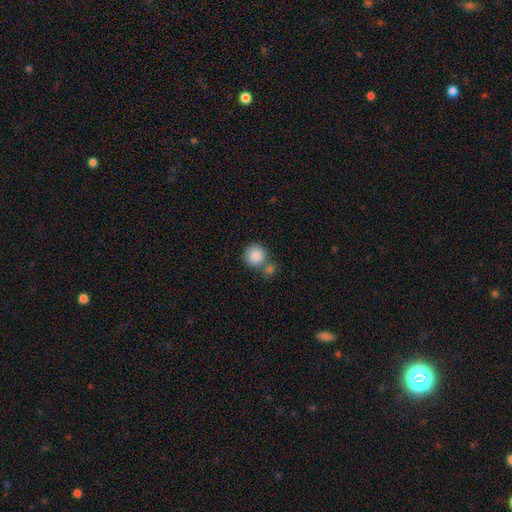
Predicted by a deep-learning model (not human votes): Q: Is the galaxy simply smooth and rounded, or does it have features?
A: smooth — 86%.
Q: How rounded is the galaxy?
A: round — 93%.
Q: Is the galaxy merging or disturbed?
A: none — 61%.